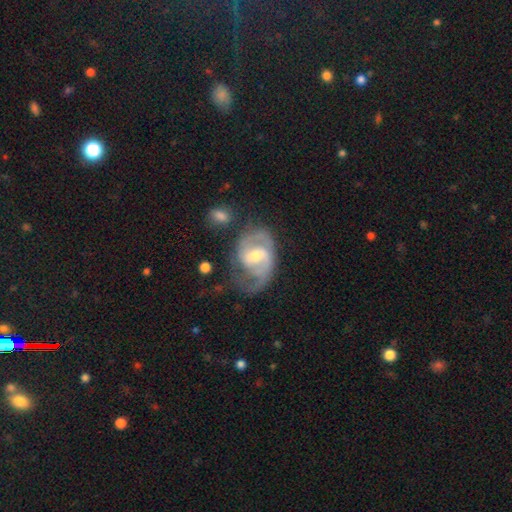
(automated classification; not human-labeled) Morphology: type=featured or disk (84%); edge-on=no (97%); bar=weak (56%); spiral arms=yes (94%); winding=medium (52%); arm count=2 (75%); bulge=moderate (61%); merging=none (55%).